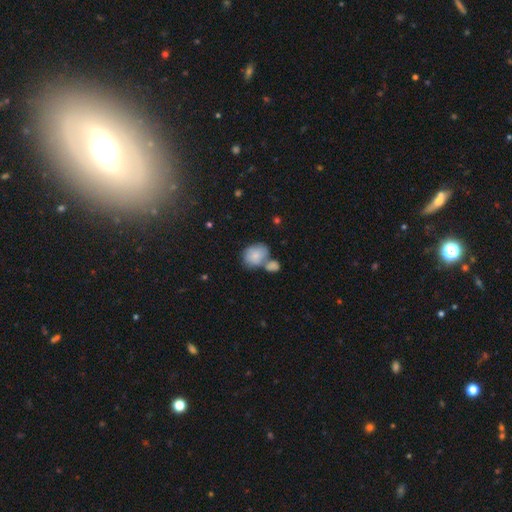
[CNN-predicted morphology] smooth-or-featured: smooth: 77% | featured or disk: 16% | star or artifact: 7%
  how-rounded: in between: 57% | round: 42% | cigar-shaped: 1%
  merging: merger: 46% | none: 34% | minor disturbance: 15% | major disturbance: 6%